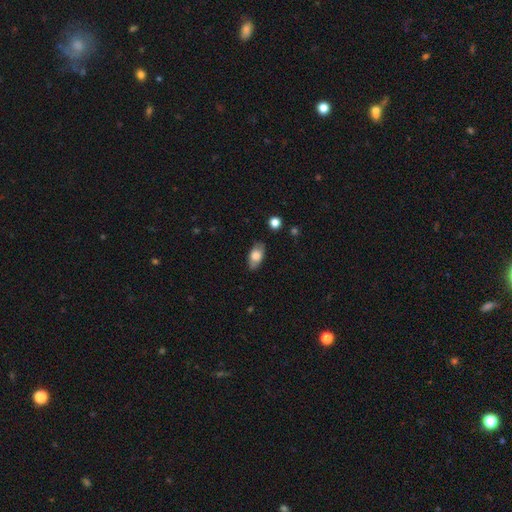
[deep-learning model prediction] smooth-or-featured: smooth: 74% | featured or disk: 19% | star or artifact: 7%
  how-rounded: in between: 90% | cigar-shaped: 6% | round: 5%
  merging: none: 82% | minor disturbance: 13% | major disturbance: 3% | merger: 1%